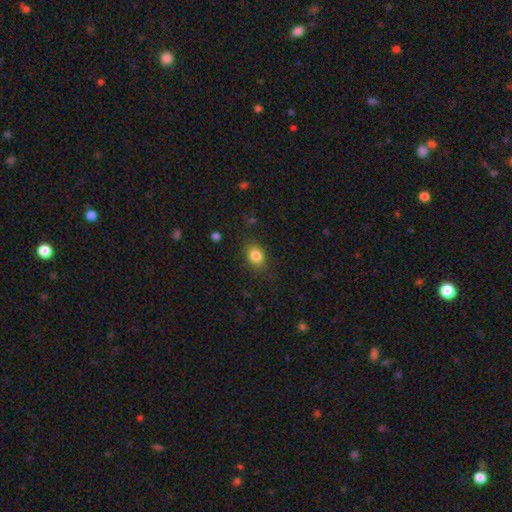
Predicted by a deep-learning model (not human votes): Overall: smooth (84%). How rounded: in between (65%; round 34%). Merging: none (80%).